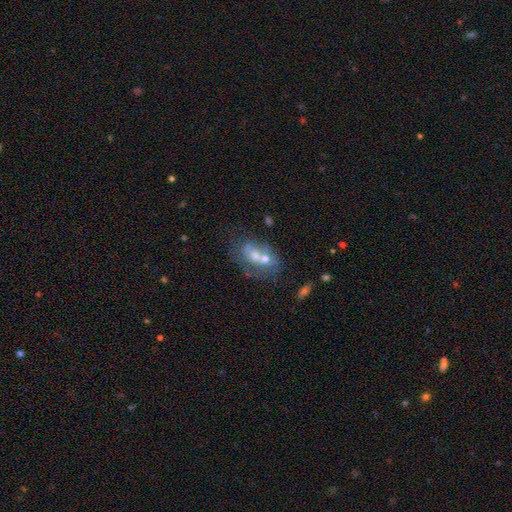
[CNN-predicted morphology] featured or disk 47%, smooth 39%, star or artifact 14%. Down the decision tree: merging — merger (42%).